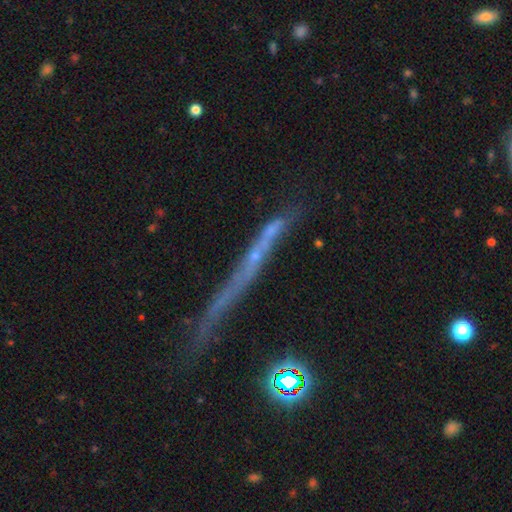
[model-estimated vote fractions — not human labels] This is possibly a featured or disk galaxy (54%). It is clearly viewed edge-on (88%). Merging: likely none (65%).